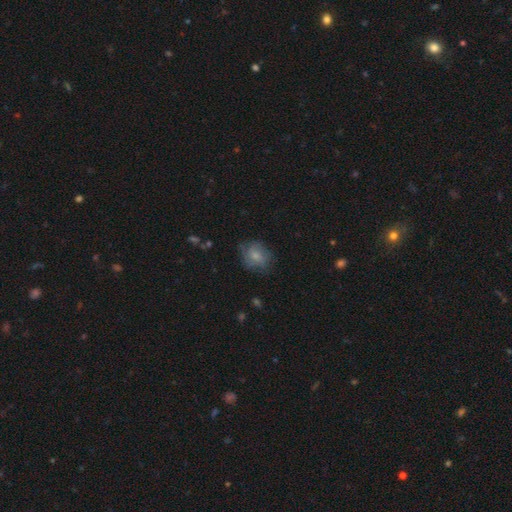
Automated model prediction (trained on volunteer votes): Smooth or featured? smooth (64%)
How rounded? round (61%)
Merging? none (62%)